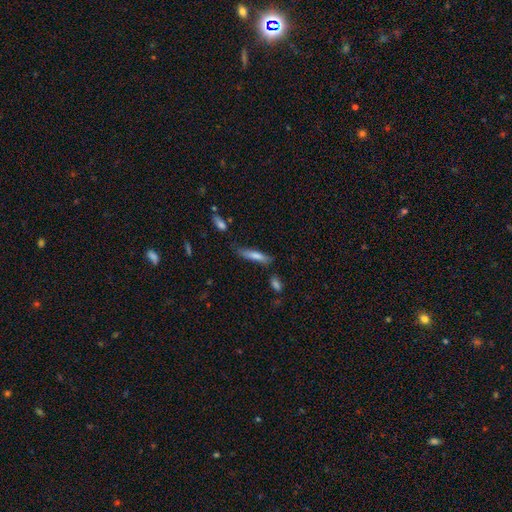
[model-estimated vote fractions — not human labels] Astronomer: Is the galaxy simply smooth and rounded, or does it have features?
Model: smooth — 72%.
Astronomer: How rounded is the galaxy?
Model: cigar-shaped — 81%.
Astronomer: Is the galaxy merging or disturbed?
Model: none — 68%.